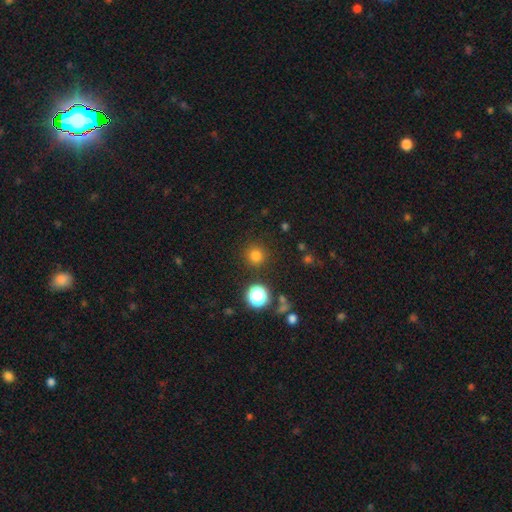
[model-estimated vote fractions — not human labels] A smooth galaxy with no disk features (78%) that is round (95%).

Vote fractions:
- Smooth or featured? smooth: 78% / star or artifact: 17% / featured or disk: 5%
- How rounded? round: 95% / in between: 4% / cigar-shaped: 1%
- Merging? none: 89% / minor disturbance: 6% / major disturbance: 3% / merger: 2%